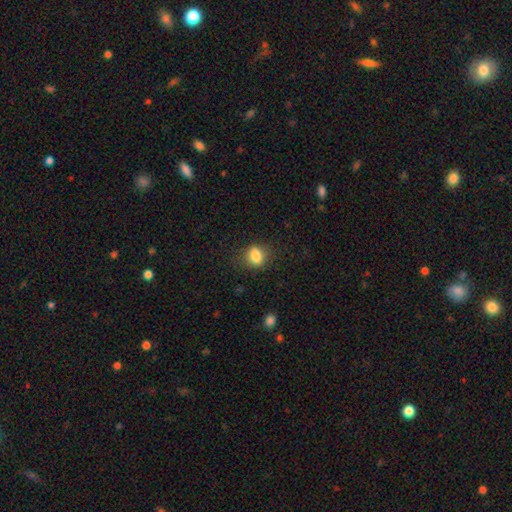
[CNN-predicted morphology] Q: Smooth or featured?
A: smooth (83%); runner-up: star or artifact (10%)
Q: How rounded?
A: in between (60%); runner-up: round (38%)
Q: Merging?
A: none (79%); runner-up: minor disturbance (15%)